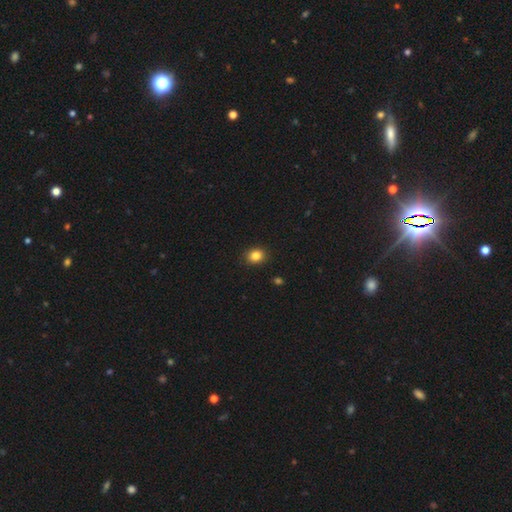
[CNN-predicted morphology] Smooth or featured? Predicted: smooth (p=0.84). How rounded? Predicted: round (p=0.65). Merging? Predicted: none (p=0.90).